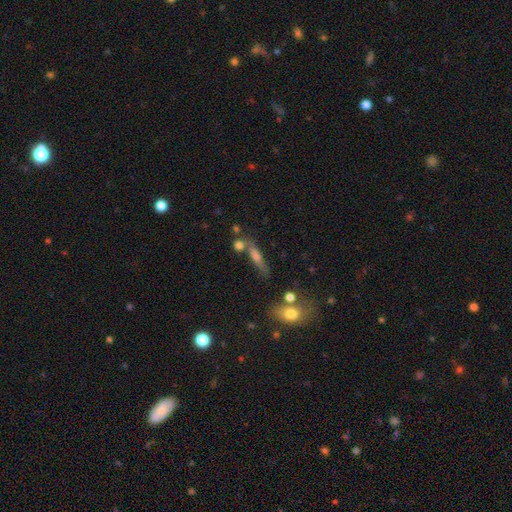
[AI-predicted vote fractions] A smooth galaxy with no disk features (48%).

Vote fractions:
- Smooth or featured? smooth: 48% / featured or disk: 36% / star or artifact: 16%
- Merging? none: 60% / merger: 18% / minor disturbance: 15% / major disturbance: 7%